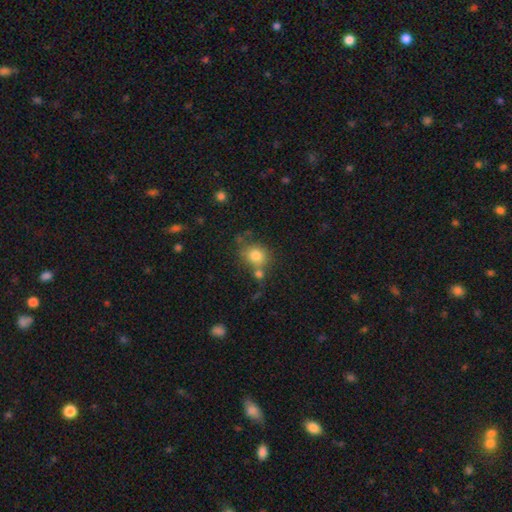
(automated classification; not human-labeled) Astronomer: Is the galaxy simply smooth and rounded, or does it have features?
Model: smooth — 79%.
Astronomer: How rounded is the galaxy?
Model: round — 74%.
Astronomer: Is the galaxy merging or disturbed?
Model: none — 58%.